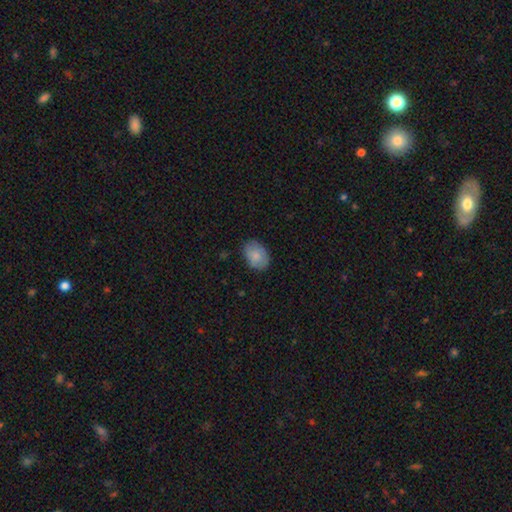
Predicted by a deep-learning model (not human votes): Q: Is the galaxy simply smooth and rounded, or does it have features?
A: smooth — 83%.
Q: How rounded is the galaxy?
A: in between — 77%.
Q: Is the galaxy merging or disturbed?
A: none — 79%.